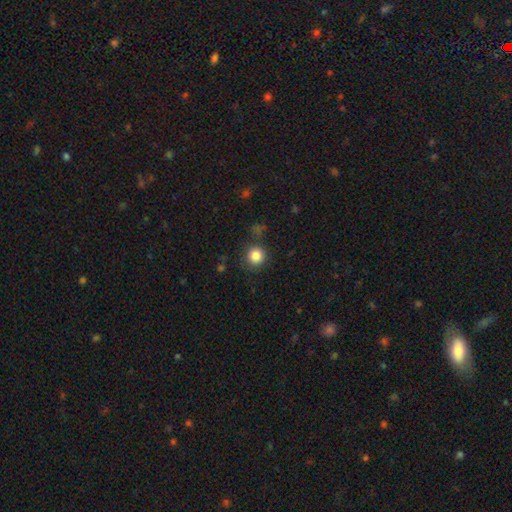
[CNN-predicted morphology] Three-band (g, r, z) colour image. It shows a smooth galaxy with no disk features (85%) that is round (93%). Merging: none (84%).